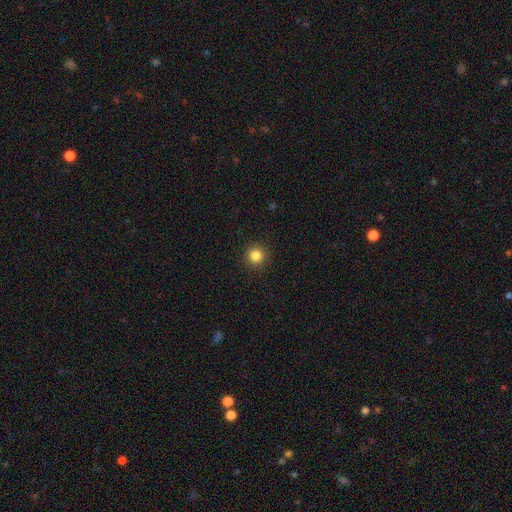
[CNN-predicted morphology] smooth-or-featured: smooth: 84% | star or artifact: 12% | featured or disk: 4%
  how-rounded: round: 95% | in between: 4% | cigar-shaped: 1%
  merging: none: 92% | minor disturbance: 5% | major disturbance: 2% | merger: 1%